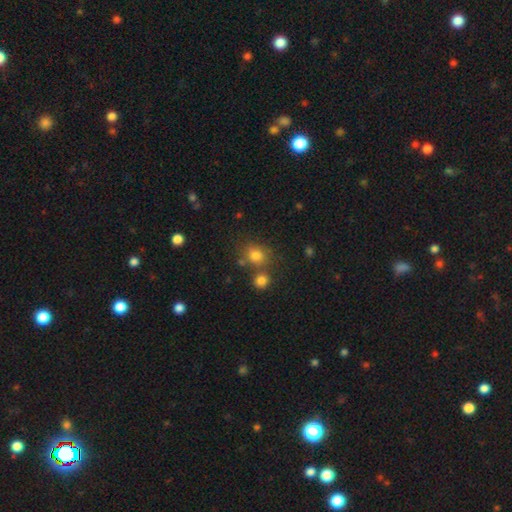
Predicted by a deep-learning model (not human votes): Morphology: type=smooth (79%); roundness=round (73%); merging=none (65%).